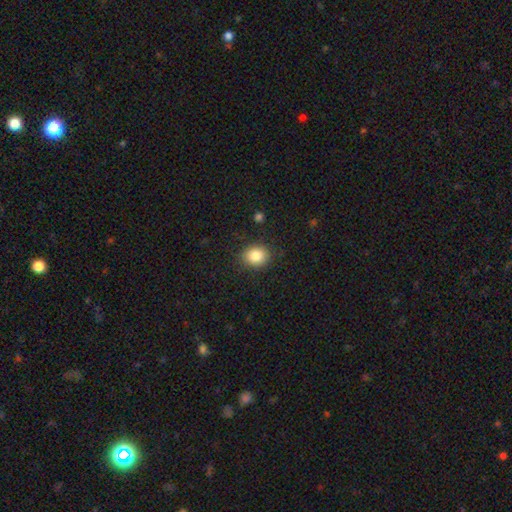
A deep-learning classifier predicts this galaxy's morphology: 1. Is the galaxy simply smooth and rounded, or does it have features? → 84% smooth, 10% star or artifact, 6% featured or disk.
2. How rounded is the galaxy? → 64% round, 35% in between, 1% cigar-shaped.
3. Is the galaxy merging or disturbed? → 87% none, 9% minor disturbance, 3% major disturbance, 1% merger.